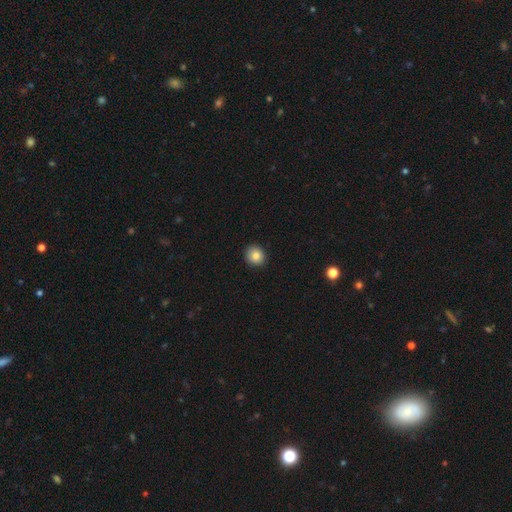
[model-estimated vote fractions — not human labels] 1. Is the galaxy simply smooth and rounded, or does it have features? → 84% smooth, 9% star or artifact, 7% featured or disk.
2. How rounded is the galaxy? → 84% round, 15% in between, 1% cigar-shaped.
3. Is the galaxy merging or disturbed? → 91% none, 7% minor disturbance, 2% major disturbance, 1% merger.